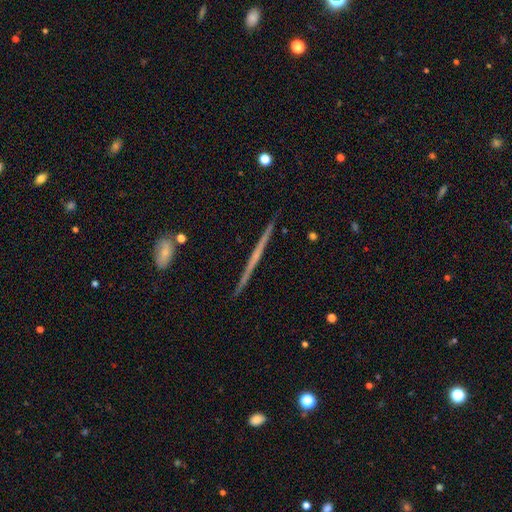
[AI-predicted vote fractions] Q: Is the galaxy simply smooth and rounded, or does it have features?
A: featured or disk — 69%.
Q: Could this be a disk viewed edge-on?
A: yes — 98%.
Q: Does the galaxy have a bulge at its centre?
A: none — 80%.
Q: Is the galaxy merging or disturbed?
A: none — 92%.